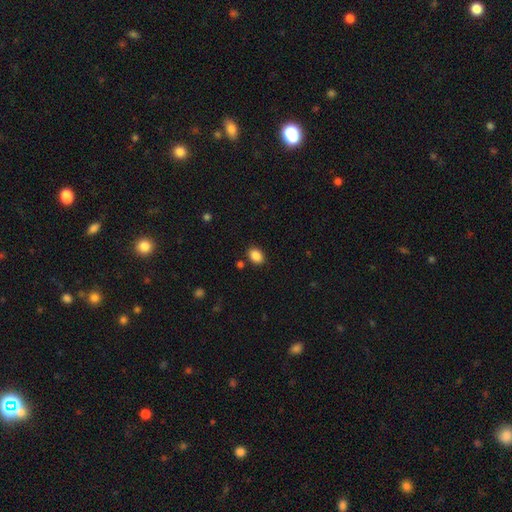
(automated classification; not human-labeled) The model was most divided on "how rounded": in between: 75%, round: 24%, cigar-shaped: 1%. More confident: smooth or featured — smooth (88%); merging — none (86%).